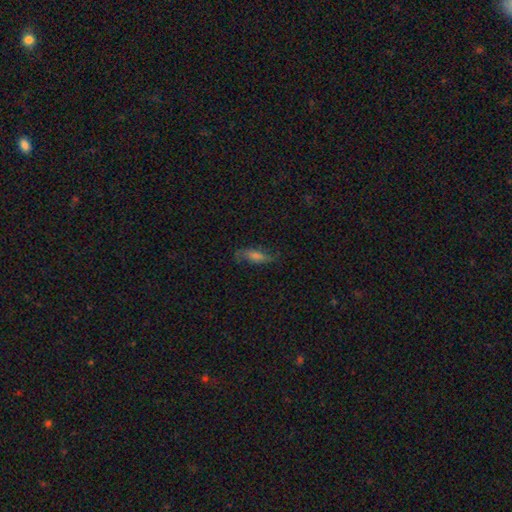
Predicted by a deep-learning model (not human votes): smooth_or_featured: featured or disk (p=0.46) [alt: smooth p=0.42]
merging: none (p=0.69) [alt: minor disturbance p=0.20]